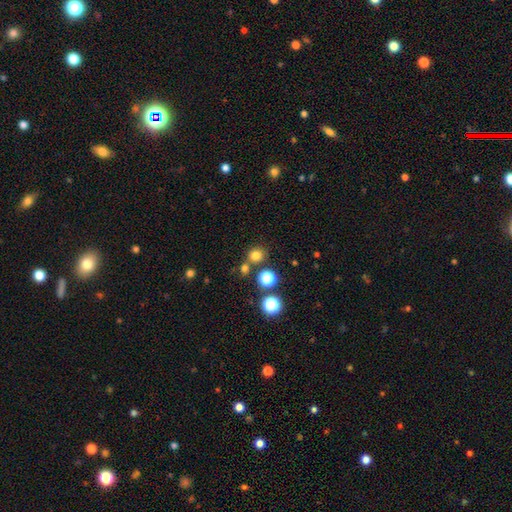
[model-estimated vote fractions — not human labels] The model was most divided on "smooth or featured": smooth: 75%, star or artifact: 19%, featured or disk: 6%. More confident: how rounded — round (86%); merging — none (73%).